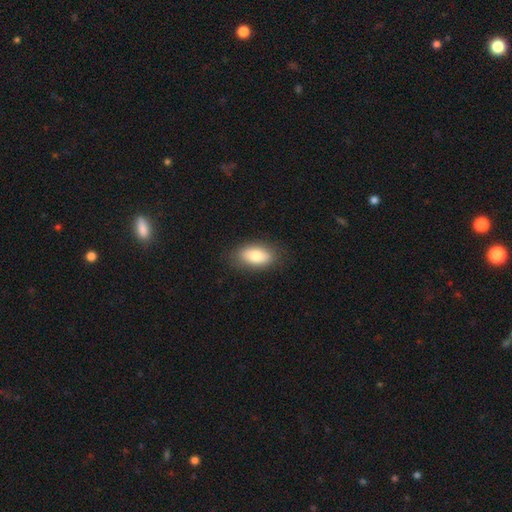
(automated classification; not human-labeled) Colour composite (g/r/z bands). It shows a smooth galaxy with no disk features (79%) that is in between round and cigar-shaped (91%). Merging: none (85%).